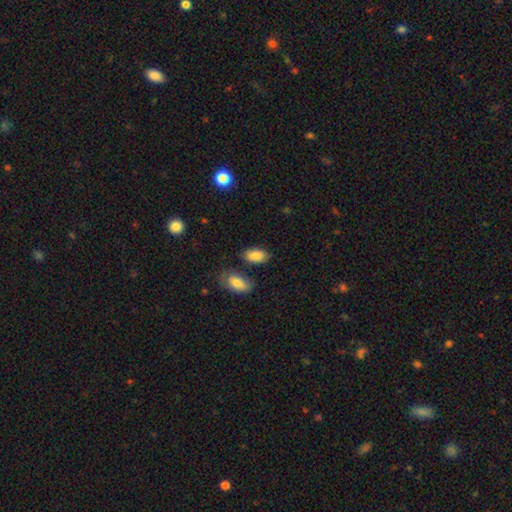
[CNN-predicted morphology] Smooth or featured?
  - smooth: 85% *
  - featured or disk: 8%
  - star or artifact: 7%
How rounded?
  - in between: 93% *
  - round: 4%
  - cigar-shaped: 3%
Merging?
  - none: 71% *
  - minor disturbance: 16%
  - merger: 8%
  - major disturbance: 4%